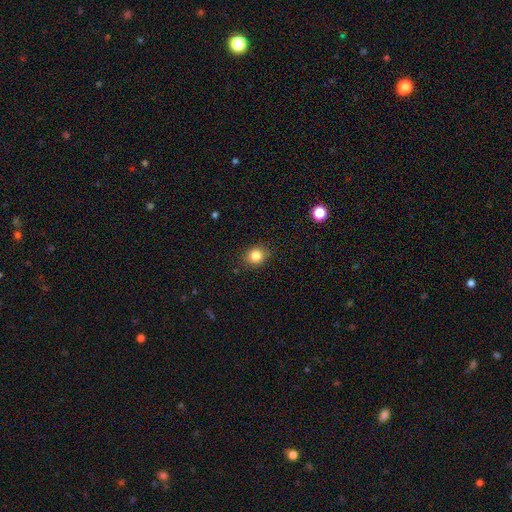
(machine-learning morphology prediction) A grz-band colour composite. It shows a smooth galaxy with no disk features (84%) that is round (70%). Merging: none (86%).